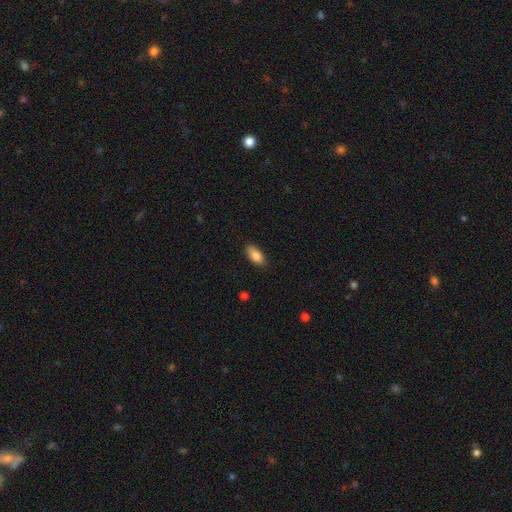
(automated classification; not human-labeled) This appears to be a smooth galaxy with no disk features (86%) that is in between round and cigar-shaped (89%). Merging: none (84%).